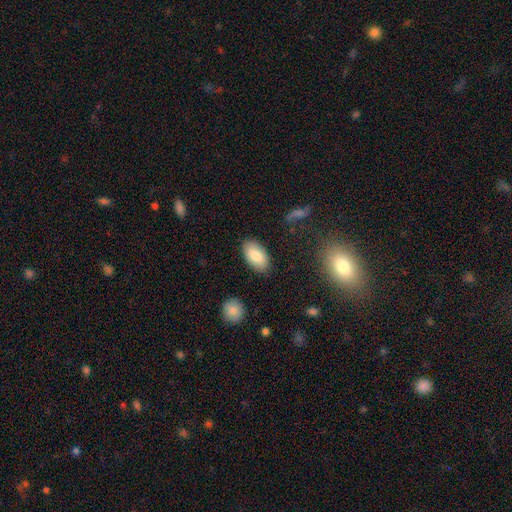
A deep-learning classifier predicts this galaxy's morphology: A smooth galaxy with no disk features (83%) that is in between round and cigar-shaped (95%).

Vote fractions:
- Smooth or featured? smooth: 83% / featured or disk: 10% / star or artifact: 7%
- How rounded? in between: 95% / round: 3% / cigar-shaped: 2%
- Merging? none: 86% / minor disturbance: 10% / major disturbance: 2% / merger: 2%